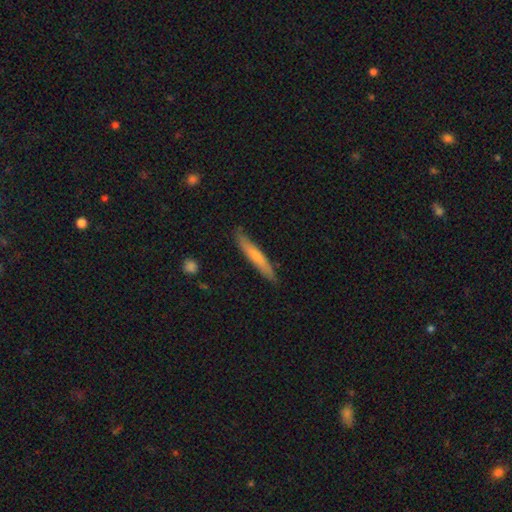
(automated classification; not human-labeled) The model was most divided on "smooth or featured": smooth: 58%, featured or disk: 36%, star or artifact: 5%. More confident: how rounded — cigar-shaped (93%); merging — none (85%).